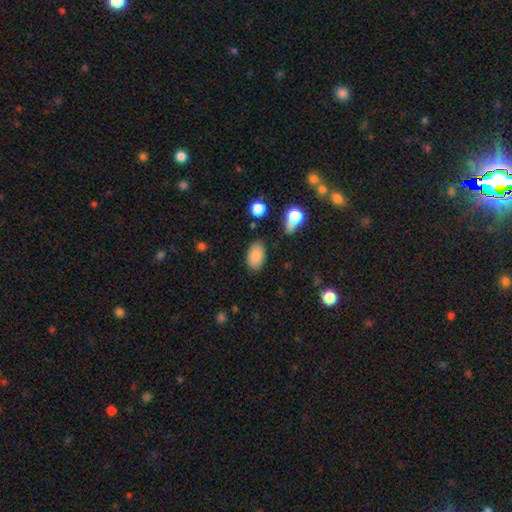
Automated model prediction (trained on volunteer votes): The model was most divided on "merging": none: 80%, minor disturbance: 13%, major disturbance: 4%, merger: 3%. More confident: how rounded — in between (91%); smooth or featured — smooth (86%).